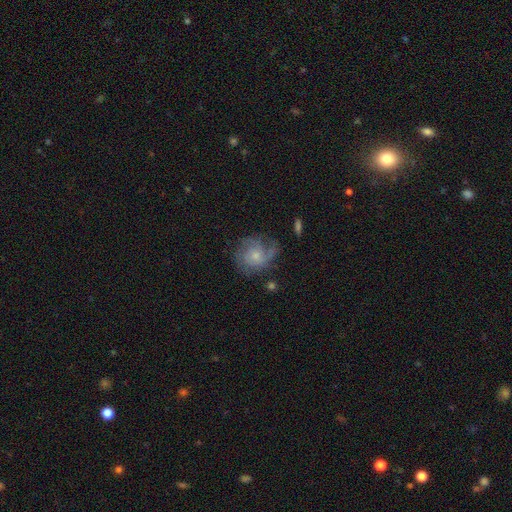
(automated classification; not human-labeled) This appears to be a featured or disk galaxy (68%) with no bar (77%), medium (41%) spiral arms (89%) and a small central bulge (51%). Merging: none (58%).